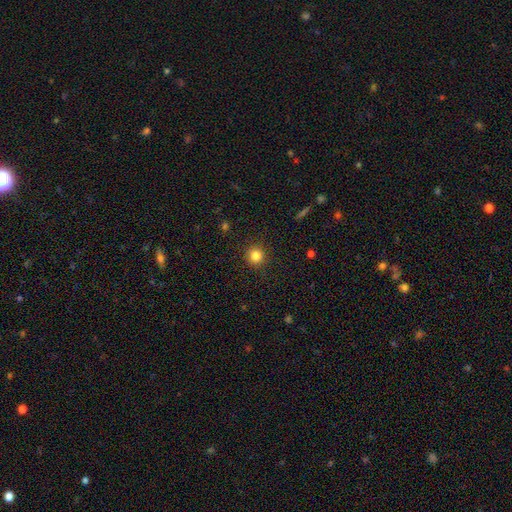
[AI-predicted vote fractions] Smooth or featured? Predicted: smooth (p=0.82). How rounded? Predicted: round (p=0.94). Merging? Predicted: none (p=0.91).